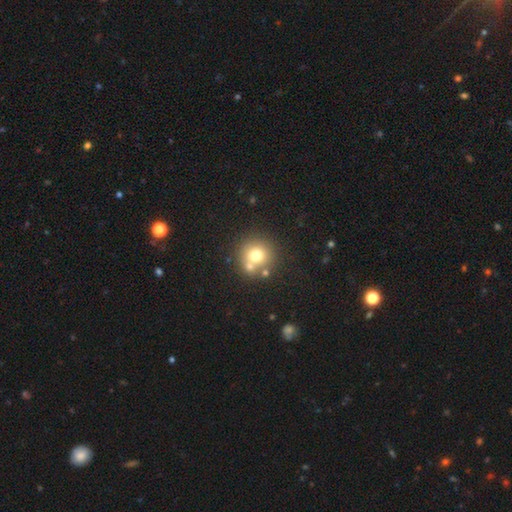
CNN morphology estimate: A smooth galaxy with no disk features (71%) that is round (92%).

Vote fractions:
- Smooth or featured? smooth: 71% / featured or disk: 16% / star or artifact: 14%
- How rounded? round: 92% / in between: 7% / cigar-shaped: 1%
- Merging? none: 65% / merger: 23% / minor disturbance: 8% / major disturbance: 3%